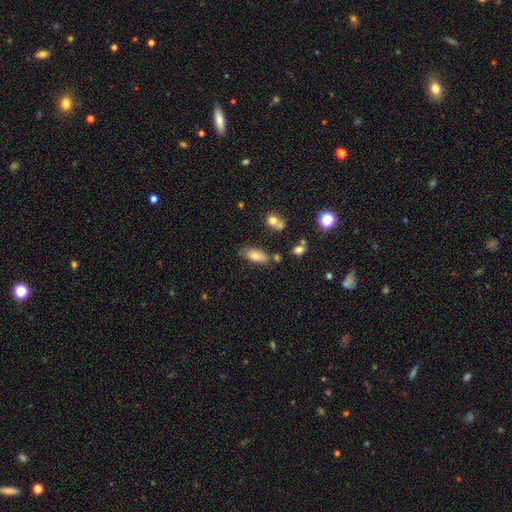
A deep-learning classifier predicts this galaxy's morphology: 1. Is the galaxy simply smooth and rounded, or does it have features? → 77% smooth, 14% featured or disk, 9% star or artifact.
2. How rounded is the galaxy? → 86% in between, 11% cigar-shaped, 3% round.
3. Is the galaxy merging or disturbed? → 69% none, 18% minor disturbance, 9% merger, 5% major disturbance.